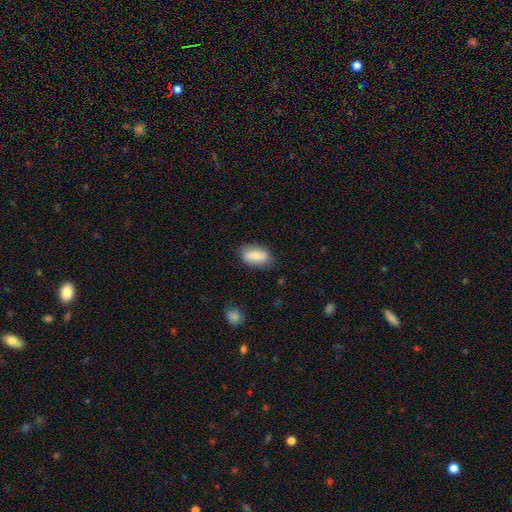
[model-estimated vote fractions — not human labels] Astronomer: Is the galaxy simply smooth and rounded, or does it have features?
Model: smooth — 77%.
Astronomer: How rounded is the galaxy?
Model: in between — 91%.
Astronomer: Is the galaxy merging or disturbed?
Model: none — 80%.